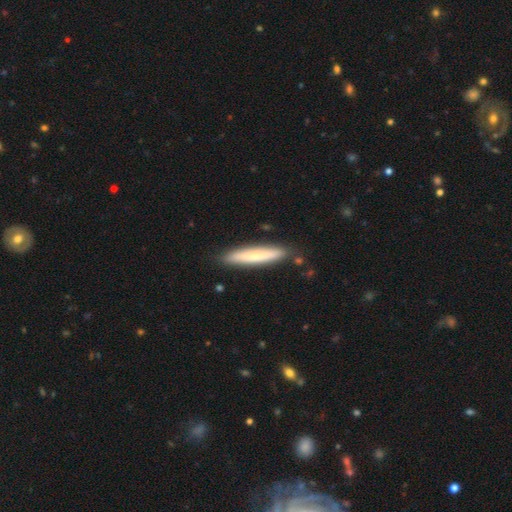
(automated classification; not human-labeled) smooth-or-featured: smooth: 63% | featured or disk: 31% | star or artifact: 6%
  how-rounded: cigar-shaped: 92% | in between: 7% | round: 1%
  merging: none: 87% | minor disturbance: 10% | merger: 2% | major disturbance: 2%